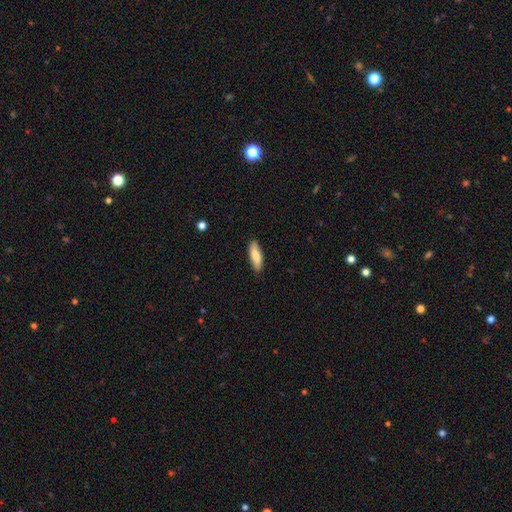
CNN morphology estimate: Smooth or featured: smooth — 80% (featured or disk — 14%)
How rounded: cigar-shaped — 51% (in between — 47%)
Merging: none — 85% (minor disturbance — 12%)